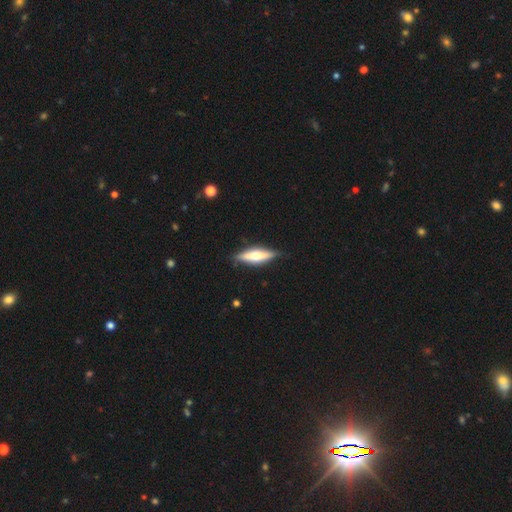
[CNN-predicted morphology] Smooth or featured? featured or disk (56%)
Edge-on disk? yes (94%)
Edge-on bulge? rounded (86%)
Merging? none (86%)